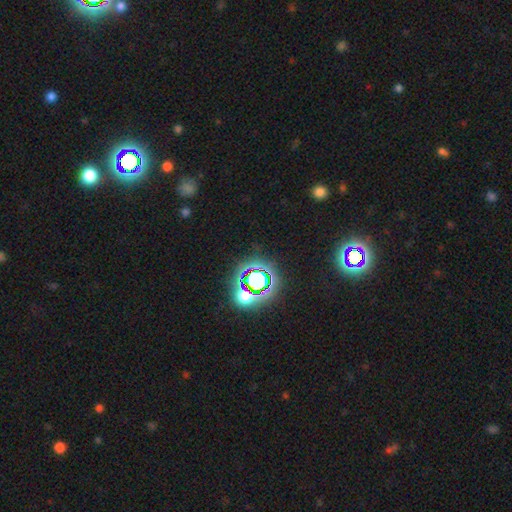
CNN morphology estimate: Overall: star or artifact (76%).